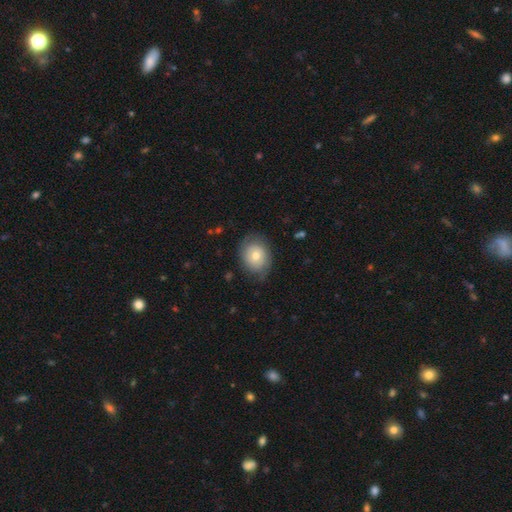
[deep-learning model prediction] A smooth galaxy with no disk features (56%) that is round (52%).

Vote fractions:
- Smooth or featured? smooth: 56% / featured or disk: 37% / star or artifact: 8%
- How rounded? round: 52% / in between: 47% / cigar-shaped: 1%
- Merging? none: 71% / minor disturbance: 20% / major disturbance: 8% / merger: 1%